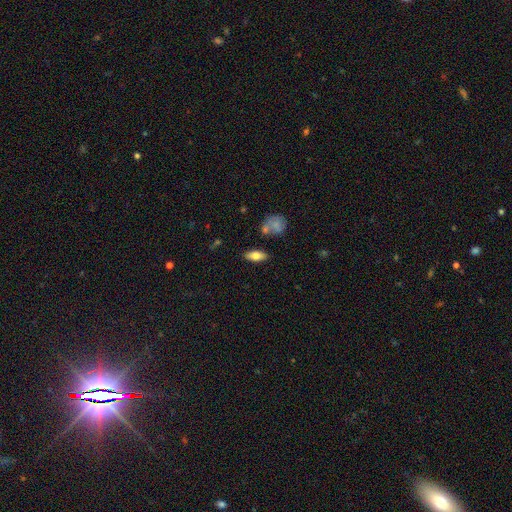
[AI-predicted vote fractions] Smooth or featured? smooth (71%)
How rounded? in between (81%)
Merging? none (81%)